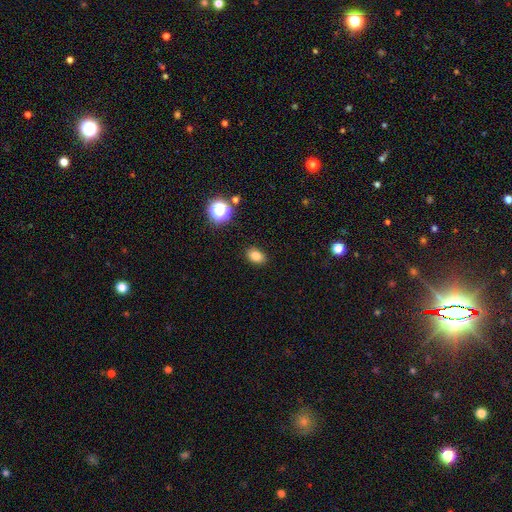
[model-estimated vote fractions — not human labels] Smooth or featured?
  - smooth: 81% *
  - star or artifact: 13%
  - featured or disk: 6%
How rounded?
  - in between: 75% *
  - round: 24%
  - cigar-shaped: 1%
Merging?
  - none: 88% *
  - minor disturbance: 8%
  - major disturbance: 2%
  - merger: 1%